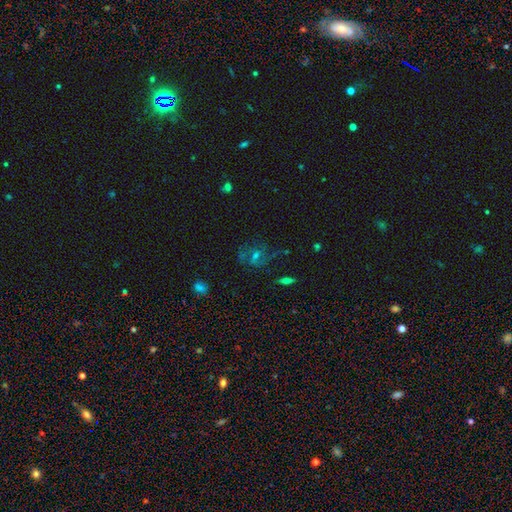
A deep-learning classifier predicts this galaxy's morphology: type=featured or disk (53%); edge-on=no (95%); bar=no (54%); spiral arms=yes (74%); bulge=small (46%); merging=none (63%).